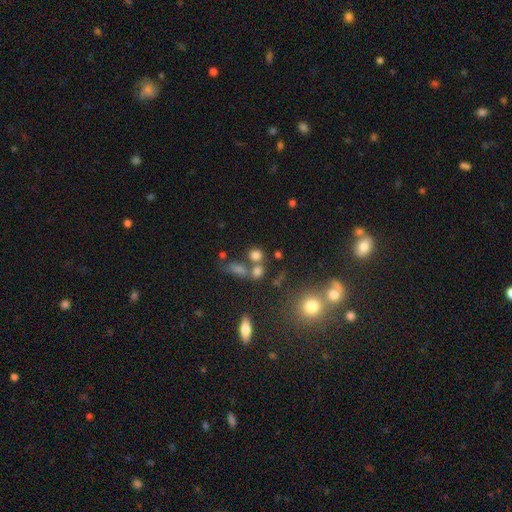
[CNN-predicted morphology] Smooth or featured: smooth — 72% (star or artifact — 19%)
How rounded: round — 75% (in between — 23%)
Merging: none — 56% (merger — 28%)